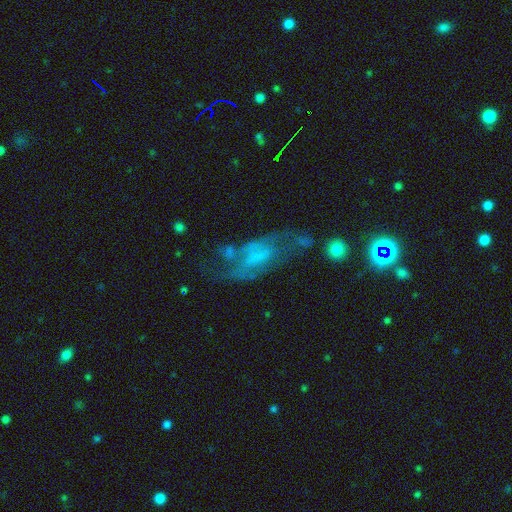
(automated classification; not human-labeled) Q: Smooth or featured?
A: featured or disk (65%); runner-up: smooth (21%)
Q: Edge-on disk?
A: no (90%); runner-up: yes (10%)
Q: Bar?
A: no (49%); runner-up: weak (37%)
Q: Spiral arms?
A: yes (71%); runner-up: no (29%)
Q: Bulge size?
A: none (50%); runner-up: small (26%)
Q: Merging?
A: none (45%); runner-up: major disturbance (26%)